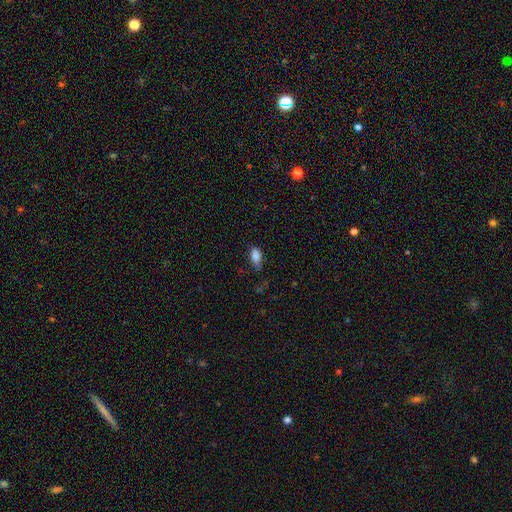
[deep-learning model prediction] A smooth galaxy with no disk features (84%) that is in between round and cigar-shaped (88%).

Vote fractions:
- Smooth or featured? smooth: 84% / star or artifact: 9% / featured or disk: 7%
- How rounded? in between: 88% / cigar-shaped: 7% / round: 5%
- Merging? none: 54% / minor disturbance: 33% / major disturbance: 10% / merger: 2%